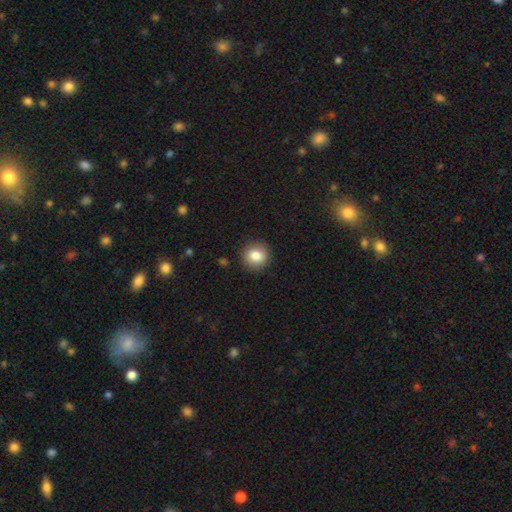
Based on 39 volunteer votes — Smooth or featured? smooth (87%)
How rounded? round (88%)
Merging? none (92%)